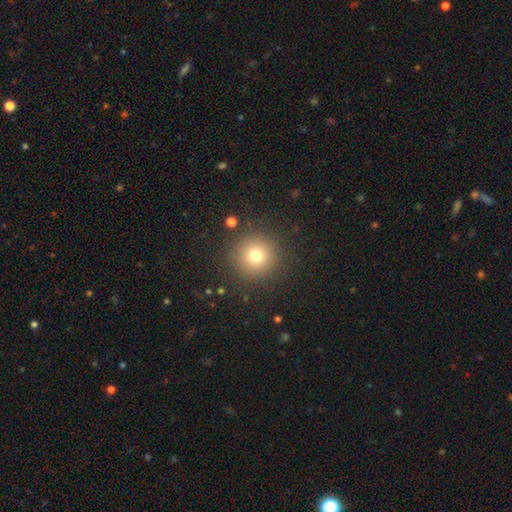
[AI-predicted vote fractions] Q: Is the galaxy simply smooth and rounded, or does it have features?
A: smooth — 75%.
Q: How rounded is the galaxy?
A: round — 96%.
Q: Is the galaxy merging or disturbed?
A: none — 89%.